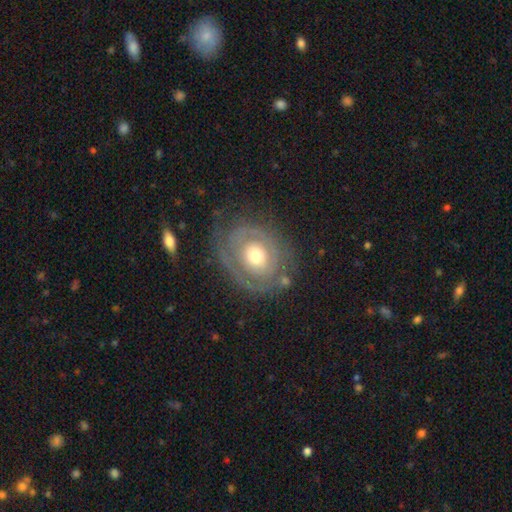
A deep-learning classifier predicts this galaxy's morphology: type=featured or disk (70%); edge-on=no (95%); bar=no (84%); spiral arms=yes (57%); bulge=moderate (67%); merging=none (69%).